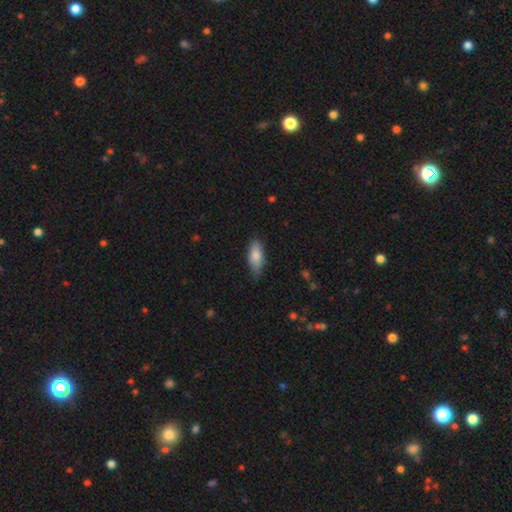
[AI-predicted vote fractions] Overall: smooth (82%). How rounded: in between (80%). Merging: none (71%).